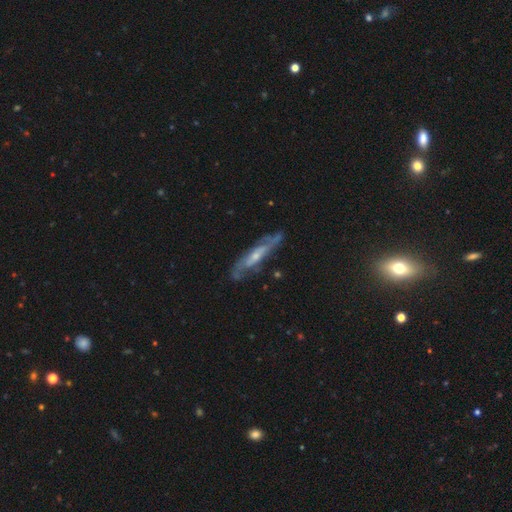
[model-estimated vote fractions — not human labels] Smooth or featured: featured or disk — 78% (smooth — 15%)
Edge-on disk: no — 60% (yes — 40%)
Merging: none — 74% (minor disturbance — 18%)